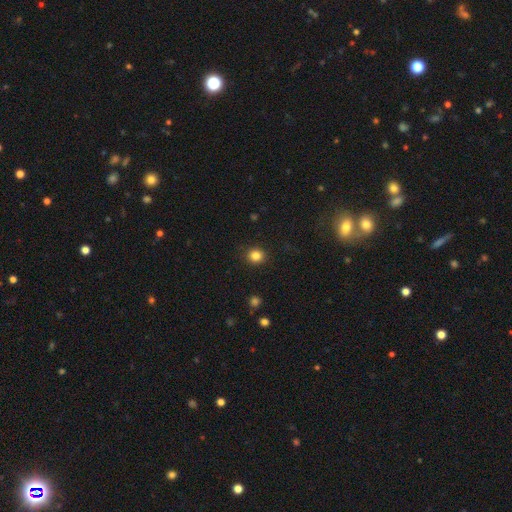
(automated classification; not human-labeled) This is clearly a smooth galaxy (84%). How rounded: clearly round (87%). Merging: clearly none (90%).